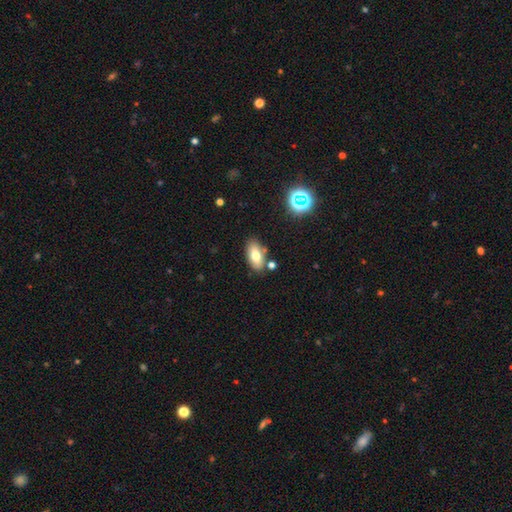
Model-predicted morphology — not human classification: This is likely a smooth galaxy (72%). How rounded: clearly in between (89%). Merging: likely none (79%).